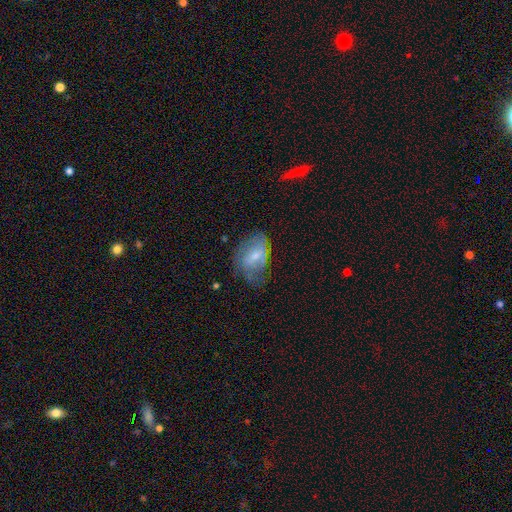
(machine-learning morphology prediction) Smooth or featured? featured or disk (47%)
Merging? none (44%)